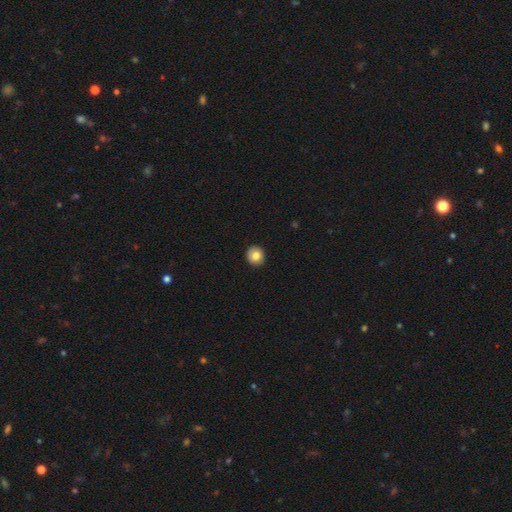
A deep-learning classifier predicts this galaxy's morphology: Smooth or featured? smooth (81%)
How rounded? round (91%)
Merging? none (92%)